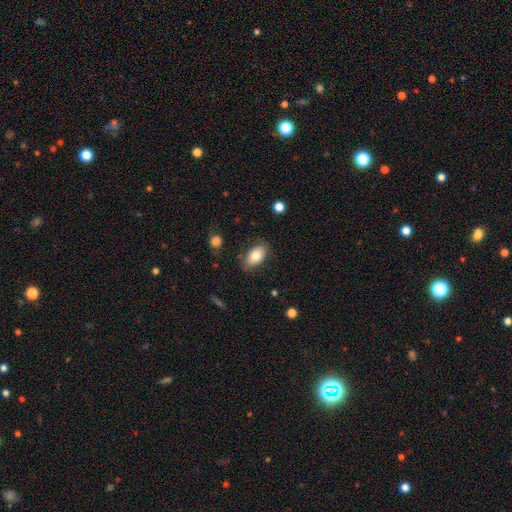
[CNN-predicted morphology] Q: Smooth or featured?
A: smooth (80%); runner-up: featured or disk (13%)
Q: How rounded?
A: in between (91%); runner-up: round (7%)
Q: Merging?
A: none (81%); runner-up: minor disturbance (14%)